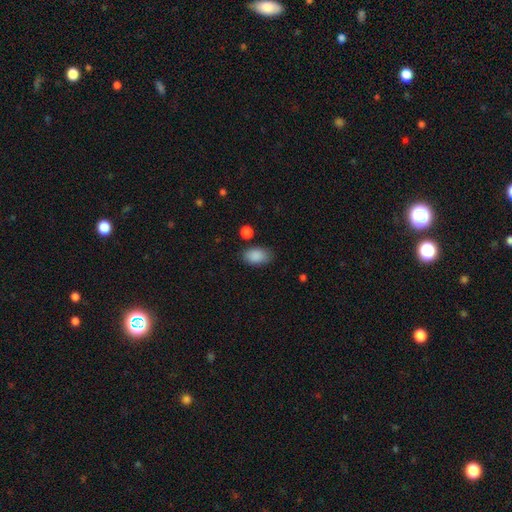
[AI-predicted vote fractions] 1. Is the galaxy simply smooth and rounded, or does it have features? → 89% smooth, 7% star or artifact, 4% featured or disk.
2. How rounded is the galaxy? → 91% in between, 8% round, 1% cigar-shaped.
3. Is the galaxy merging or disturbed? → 79% none, 15% minor disturbance, 4% major disturbance, 3% merger.